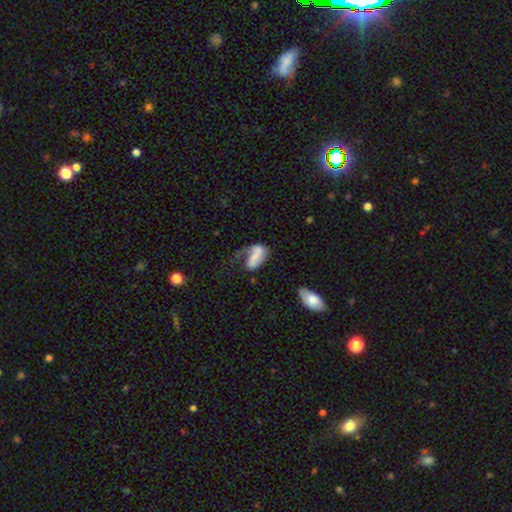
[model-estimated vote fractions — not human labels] Smooth or featured: featured or disk — 48% (smooth — 43%)
Merging: major disturbance — 46% (none — 25%)